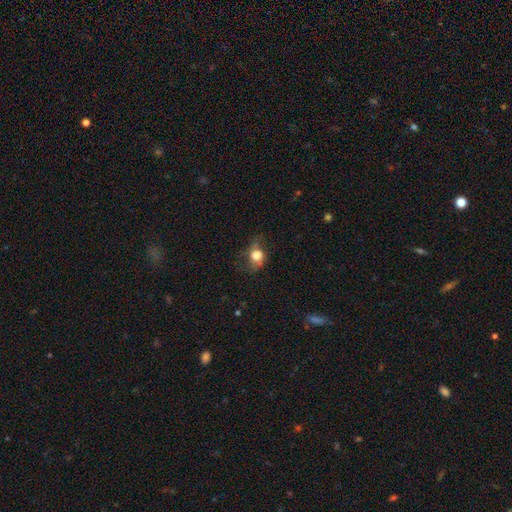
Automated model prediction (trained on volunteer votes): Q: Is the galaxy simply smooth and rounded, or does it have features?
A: smooth — 66%.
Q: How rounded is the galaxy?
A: in between — 50%.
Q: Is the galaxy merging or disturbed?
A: none — 41%.